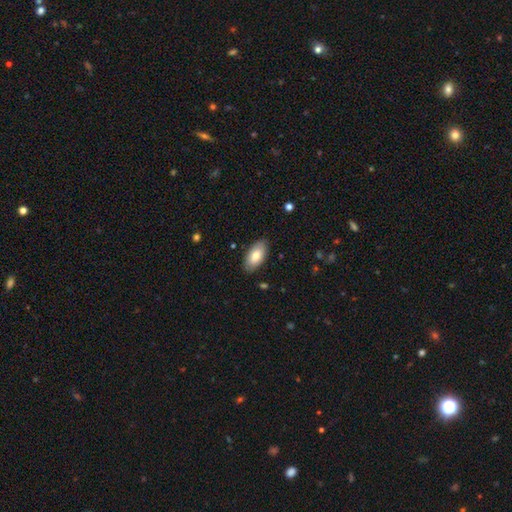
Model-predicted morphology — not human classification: smooth 79%, featured or disk 15%, star or artifact 6%. Down the decision tree: how rounded — in between (94%); merging — none (86%).